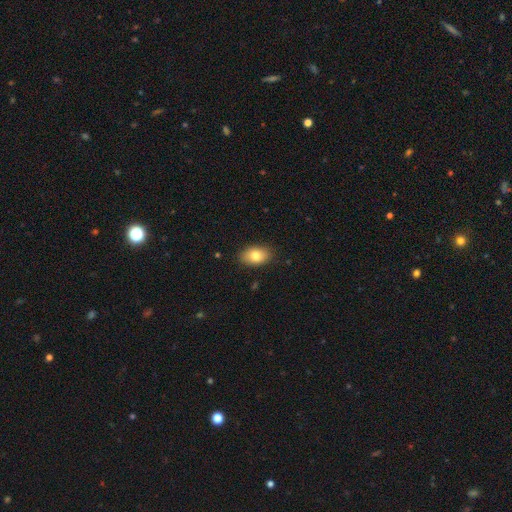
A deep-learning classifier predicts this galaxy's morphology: A smooth galaxy with no disk features (80%) that is in between round and cigar-shaped (87%).

Vote fractions:
- Smooth or featured? smooth: 80% / featured or disk: 12% / star or artifact: 8%
- How rounded? in between: 87% / round: 12% / cigar-shaped: 1%
- Merging? none: 86% / minor disturbance: 10% / major disturbance: 2% / merger: 1%